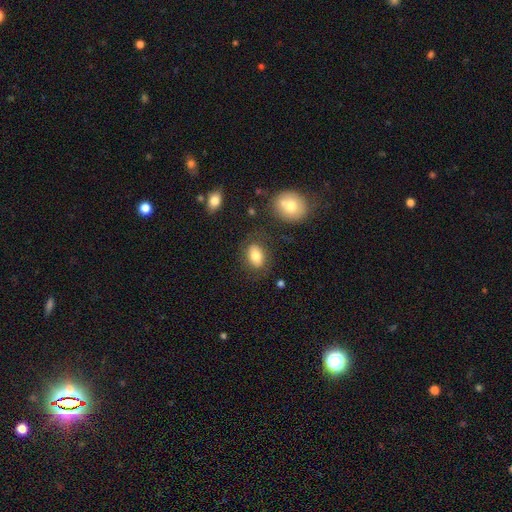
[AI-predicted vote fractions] smooth-or-featured: smooth: 77% | featured or disk: 14% | star or artifact: 8%
  how-rounded: in between: 79% | round: 19% | cigar-shaped: 2%
  merging: none: 77% | minor disturbance: 14% | major disturbance: 5% | merger: 4%